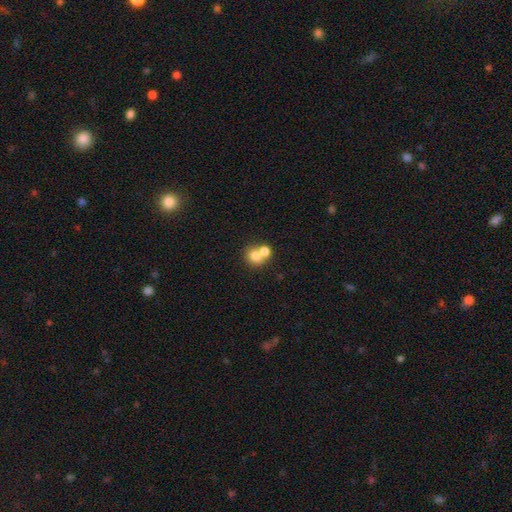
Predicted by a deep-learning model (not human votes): Morphology: type=smooth (76%); roundness=round (71%); merging=merger (50%).